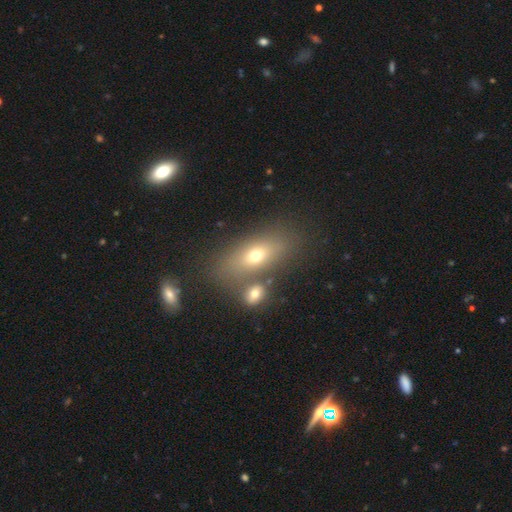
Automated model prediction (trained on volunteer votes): This is likely a smooth galaxy (64%). How rounded: likely in between (74%). Merging: likely none (62%).